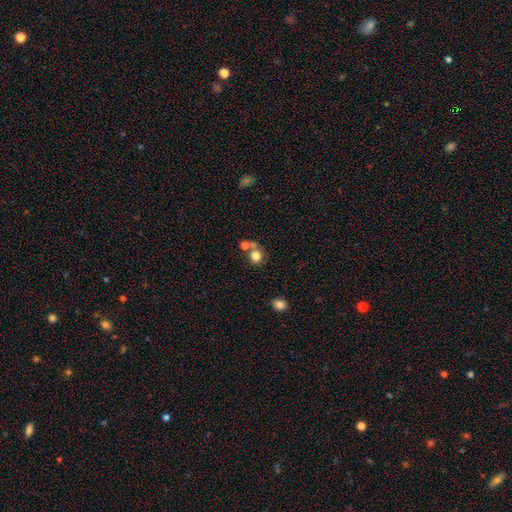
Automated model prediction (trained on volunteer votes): smooth 77%, star or artifact 12%, featured or disk 11%. Down the decision tree: how rounded — round (84%); merging — none (52%).